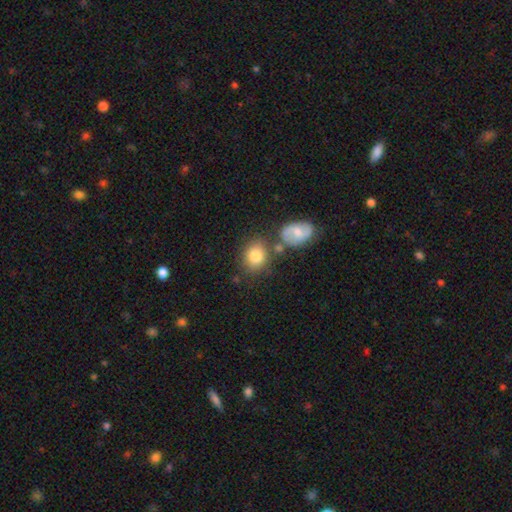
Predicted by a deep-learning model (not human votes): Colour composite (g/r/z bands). It shows a smooth galaxy with no disk features (79%) that is round (56%). Merging: none (65%).